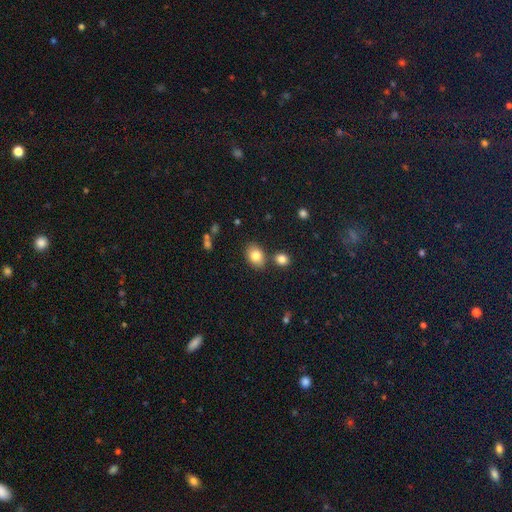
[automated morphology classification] Smooth or featured?
  - smooth: 81% *
  - featured or disk: 10%
  - star or artifact: 9%
How rounded?
  - in between: 74% *
  - round: 25%
  - cigar-shaped: 1%
Merging?
  - none: 75% *
  - merger: 12%
  - minor disturbance: 11%
  - major disturbance: 3%